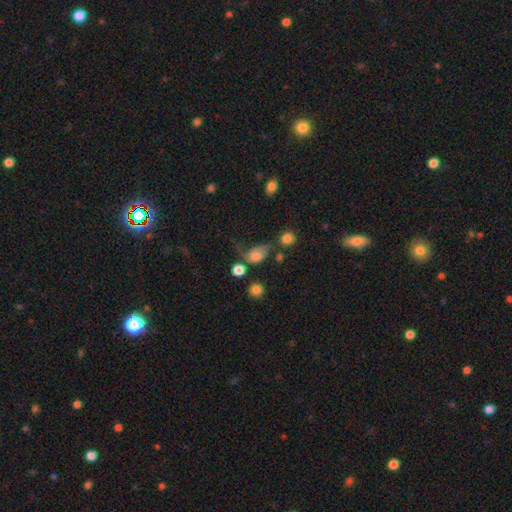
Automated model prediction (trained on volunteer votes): Overall: smooth (59%; featured or disk 29%). How rounded: in between (60%; round 38%). Merging: major disturbance (41%; none 22%).